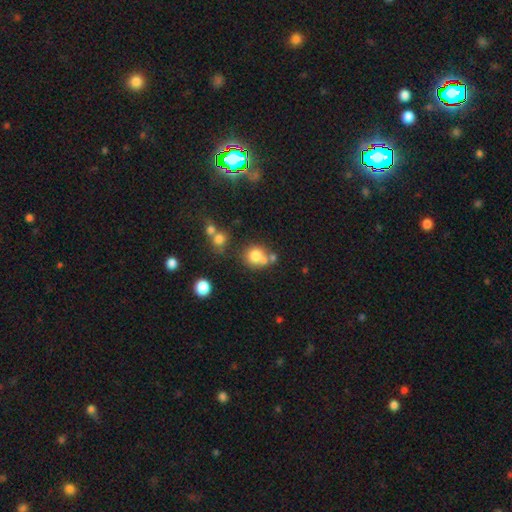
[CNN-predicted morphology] Q: Smooth or featured?
A: smooth (74%); runner-up: featured or disk (13%)
Q: How rounded?
A: round (82%); runner-up: in between (17%)
Q: Merging?
A: none (51%); runner-up: merger (32%)